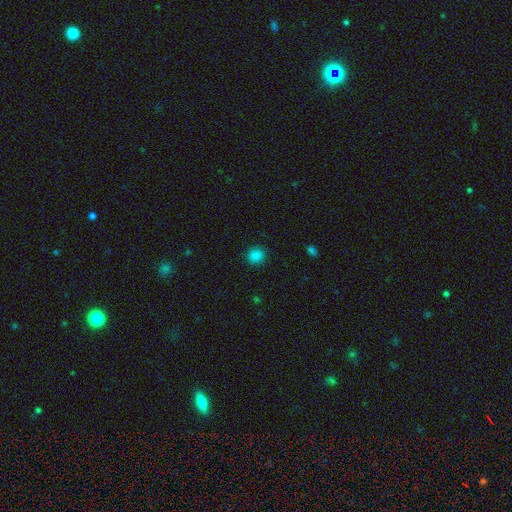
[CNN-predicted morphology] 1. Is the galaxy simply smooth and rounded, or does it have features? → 84% smooth, 13% star or artifact, 3% featured or disk.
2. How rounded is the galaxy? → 83% round, 16% in between, 1% cigar-shaped.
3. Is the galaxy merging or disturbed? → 90% none, 7% minor disturbance, 2% major disturbance, 1% merger.